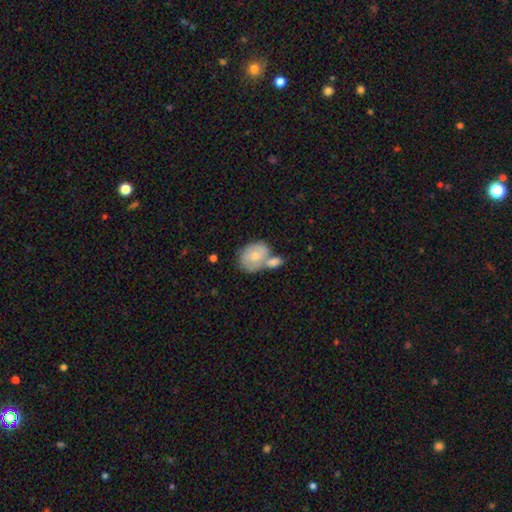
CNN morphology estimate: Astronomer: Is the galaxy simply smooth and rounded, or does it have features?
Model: smooth — 61%.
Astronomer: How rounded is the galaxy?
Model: in between — 65%.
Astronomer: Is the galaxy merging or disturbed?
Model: merger — 50% (runner-up: none, 29%).